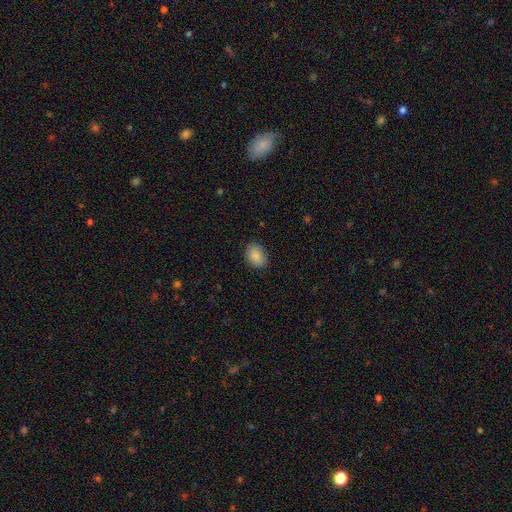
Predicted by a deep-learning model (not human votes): The model was most divided on "how rounded": in between: 71%, round: 28%, cigar-shaped: 1%. More confident: smooth or featured — smooth (88%); merging — none (85%).